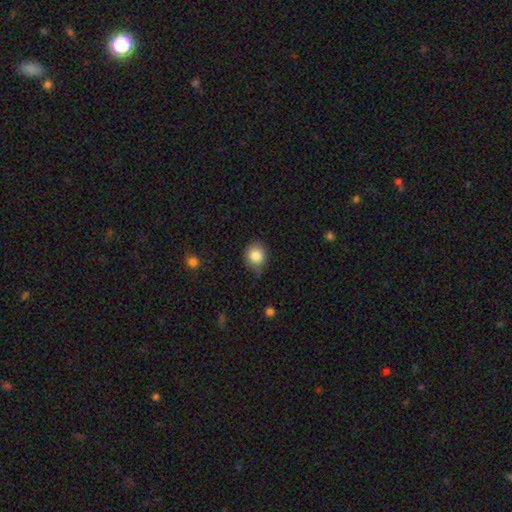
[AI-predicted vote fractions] A smooth galaxy with no disk features (83%) that is round (68%).

Vote fractions:
- Smooth or featured? smooth: 83% / star or artifact: 9% / featured or disk: 7%
- How rounded? round: 68% / in between: 31% / cigar-shaped: 1%
- Merging? none: 65% / minor disturbance: 28% / major disturbance: 5% / merger: 2%